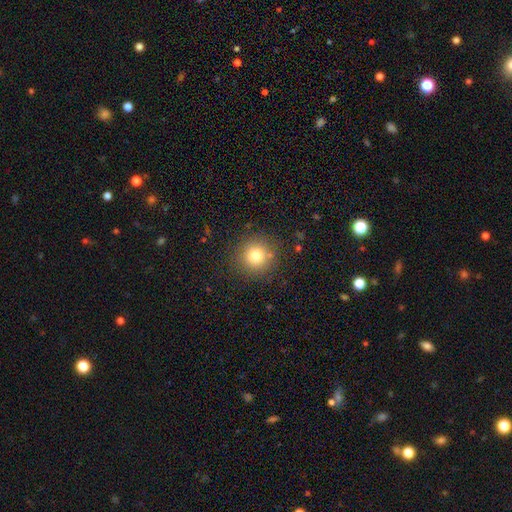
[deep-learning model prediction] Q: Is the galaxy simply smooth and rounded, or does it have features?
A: smooth — 77%.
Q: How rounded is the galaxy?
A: round — 95%.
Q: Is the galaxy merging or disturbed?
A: none — 87%.